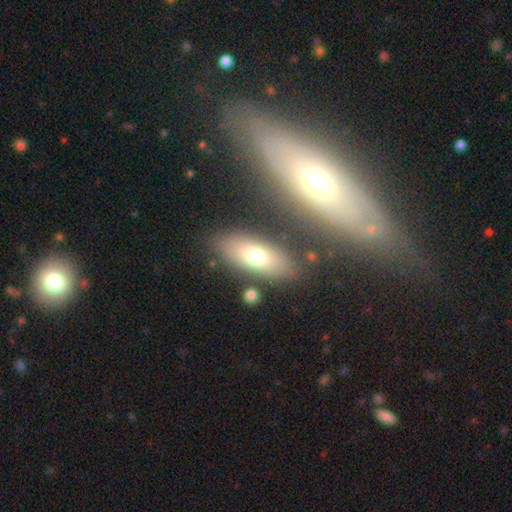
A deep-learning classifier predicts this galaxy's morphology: Smooth or featured? Predicted: smooth (p=0.70). How rounded? Predicted: in between (p=0.78). Merging? Predicted: none (p=0.77).